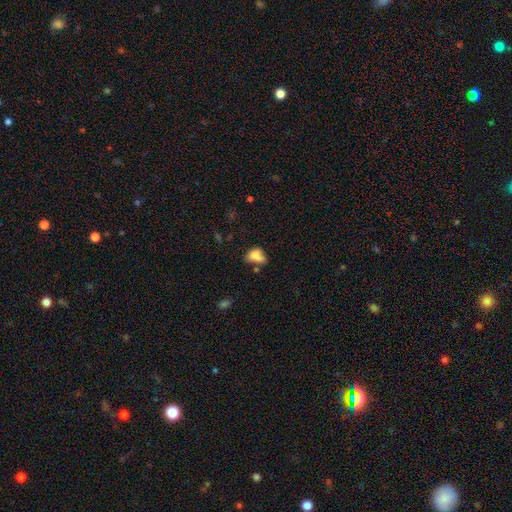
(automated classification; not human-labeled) Smooth or featured? Predicted: smooth (p=0.73). How rounded? Predicted: in between (p=0.74). Merging? Predicted: merger (p=0.33).